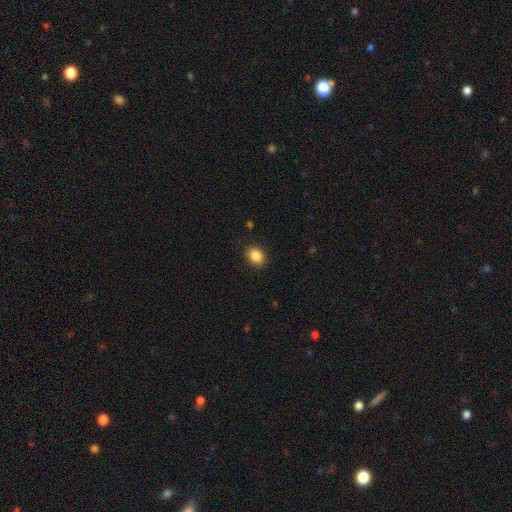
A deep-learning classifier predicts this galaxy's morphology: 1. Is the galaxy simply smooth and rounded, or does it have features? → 87% smooth, 9% star or artifact, 4% featured or disk.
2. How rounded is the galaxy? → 57% in between, 42% round, 1% cigar-shaped.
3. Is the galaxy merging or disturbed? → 89% none, 8% minor disturbance, 2% major disturbance, 1% merger.